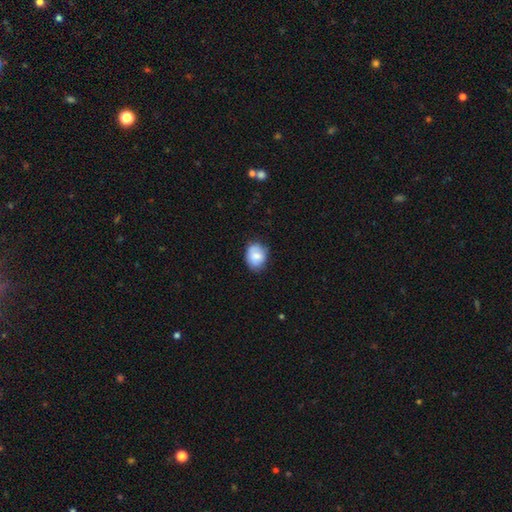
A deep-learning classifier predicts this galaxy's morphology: This is likely a smooth galaxy (78%). How rounded: possibly in between (55%). Merging: likely none (71%).